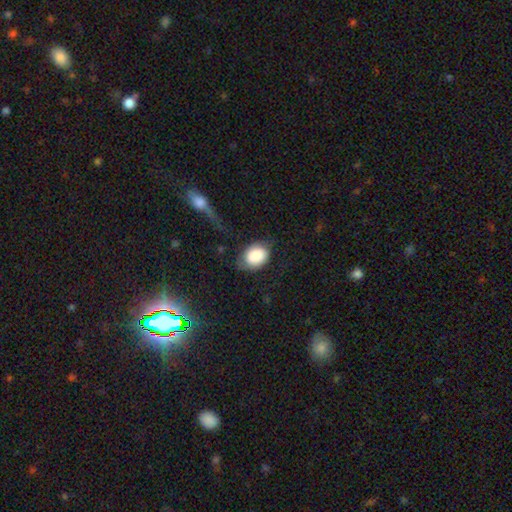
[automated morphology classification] smooth 83%, featured or disk 11%, star or artifact 7%. Down the decision tree: how rounded — in between (72%); merging — none (57%).